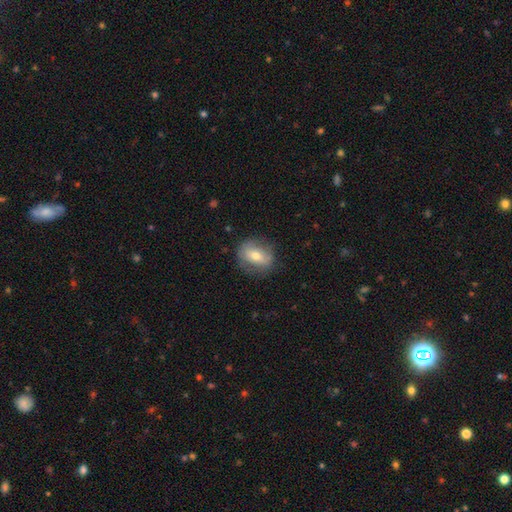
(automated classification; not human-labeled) Smooth or featured: smooth — 54% (featured or disk — 38%)
How rounded: in between — 53% (round — 44%)
Merging: none — 75% (minor disturbance — 17%)